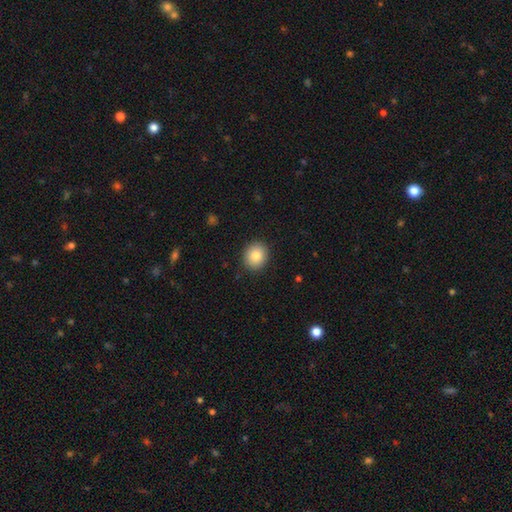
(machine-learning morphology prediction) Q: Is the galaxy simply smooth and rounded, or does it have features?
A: smooth — 85%.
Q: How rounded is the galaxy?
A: round — 75%.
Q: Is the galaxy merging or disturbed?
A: none — 90%.